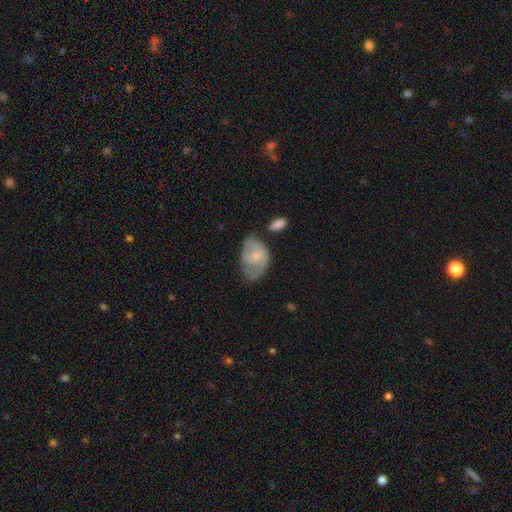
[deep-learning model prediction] Q: Smooth or featured?
A: smooth (48%); runner-up: featured or disk (46%)
Q: Merging?
A: none (39%); runner-up: minor disturbance (34%)